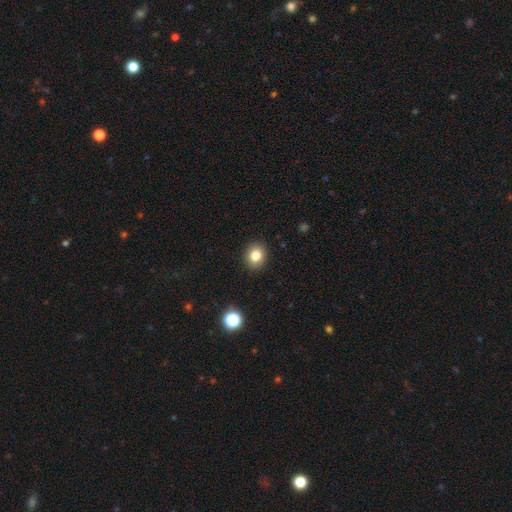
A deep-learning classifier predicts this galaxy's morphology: This is clearly a smooth galaxy (81%). How rounded: likely round (71%). Merging: clearly none (90%).